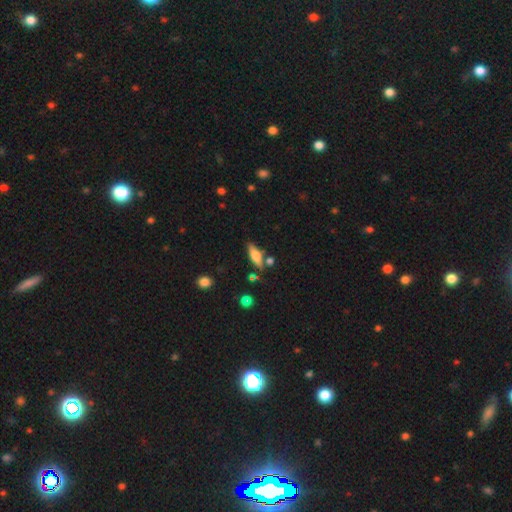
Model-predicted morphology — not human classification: type=smooth (55%); roundness=in between (54%); merging=none (70%).